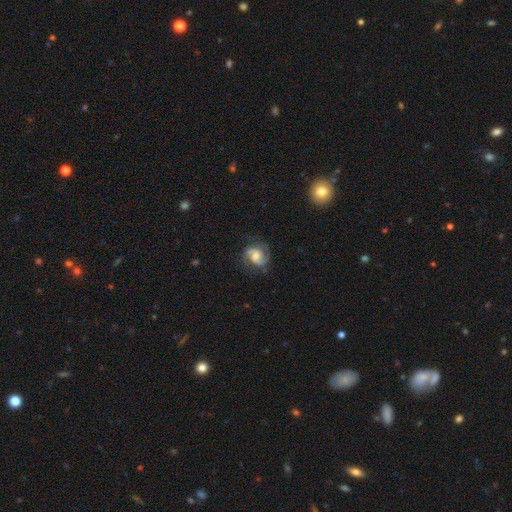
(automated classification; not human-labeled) Smooth or featured?
  - featured or disk: 79% *
  - smooth: 14%
  - star or artifact: 7%
Edge-on disk?
  - no: 98% *
  - yes: 2%
Bar?
  - no: 52% *
  - weak: 38%
  - strong: 10%
Spiral arms?
  - yes: 96% *
  - no: 4%
Spiral winding?
  - medium: 50% *
  - tight: 30%
  - loose: 20%
Spiral arm count?
  - 2: 86% *
  - can't tell: 5%
  - 3: 3%
  - 1: 3%
  - 4: 1%
  - more than 4: 1%
Bulge size?
  - moderate: 54% *
  - small: 35%
  - large: 6%
  - none: 4%
  - dominant: 1%
Merging?
  - none: 74% *
  - minor disturbance: 17%
  - major disturbance: 8%
  - merger: 1%